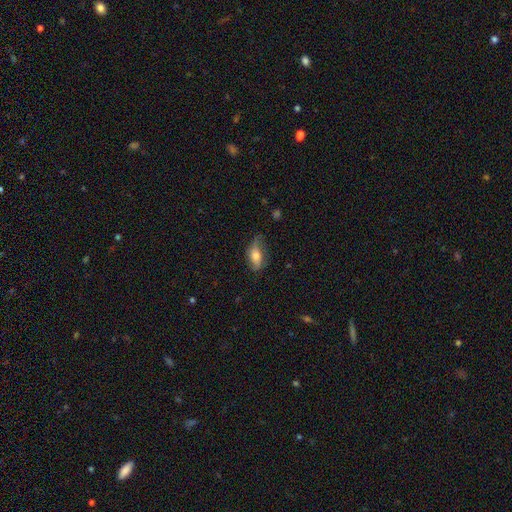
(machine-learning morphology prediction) Smooth or featured?
  - smooth: 58% *
  - featured or disk: 34%
  - star or artifact: 8%
How rounded?
  - in between: 85% *
  - cigar-shaped: 9%
  - round: 6%
Merging?
  - none: 54% *
  - minor disturbance: 30%
  - major disturbance: 14%
  - merger: 2%